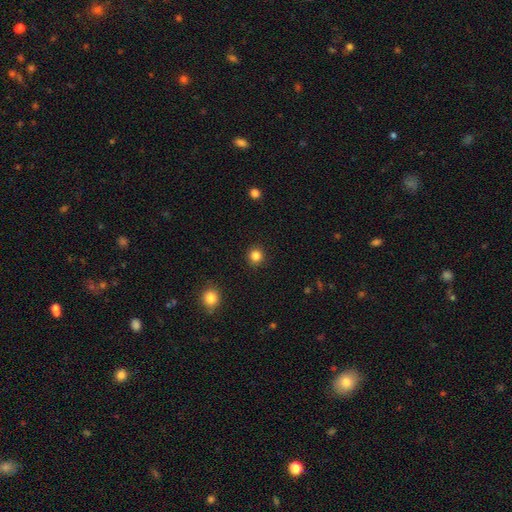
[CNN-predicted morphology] Smooth or featured? Predicted: smooth (p=0.84). How rounded? Predicted: round (p=0.93). Merging? Predicted: none (p=0.92).